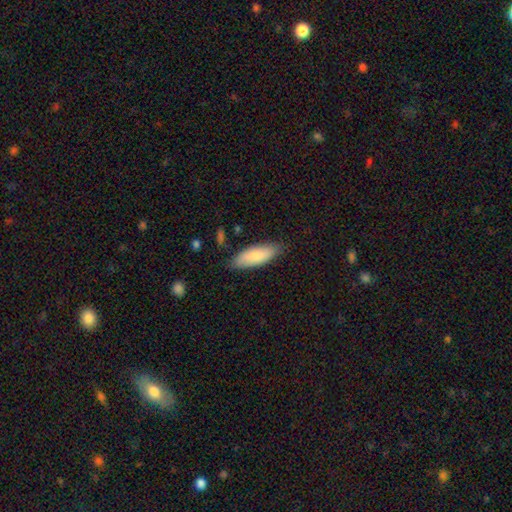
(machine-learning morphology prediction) This appears to be a smooth galaxy with no disk features (83%) that is in between round and cigar-shaped (69%). Merging: none (81%).